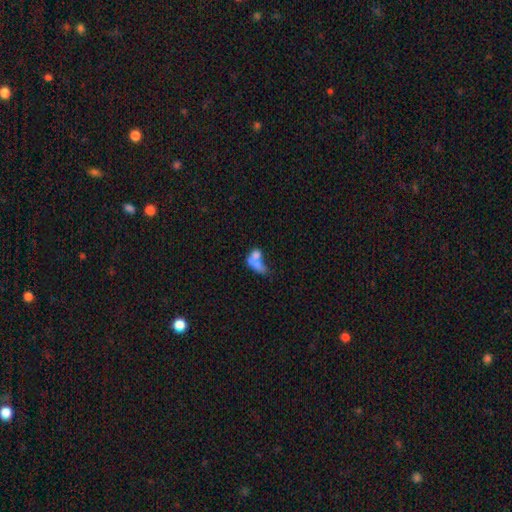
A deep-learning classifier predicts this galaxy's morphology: Smooth or featured? Predicted: smooth (p=0.50). Merging? Predicted: merger (p=0.49).